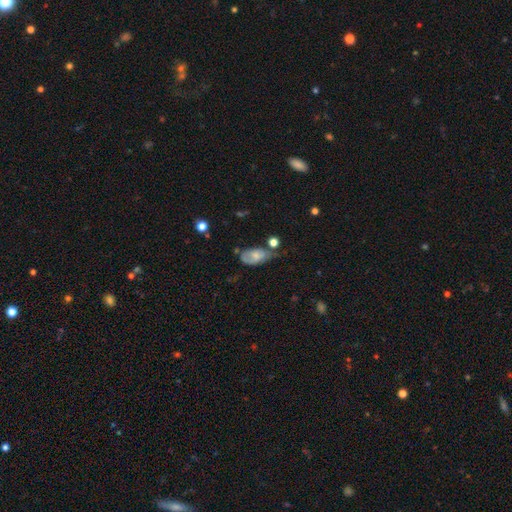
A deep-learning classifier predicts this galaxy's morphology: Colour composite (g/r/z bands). It shows a smooth galaxy with no disk features (62%) that is in between round and cigar-shaped (91%). Merging: minor disturbance (38%).